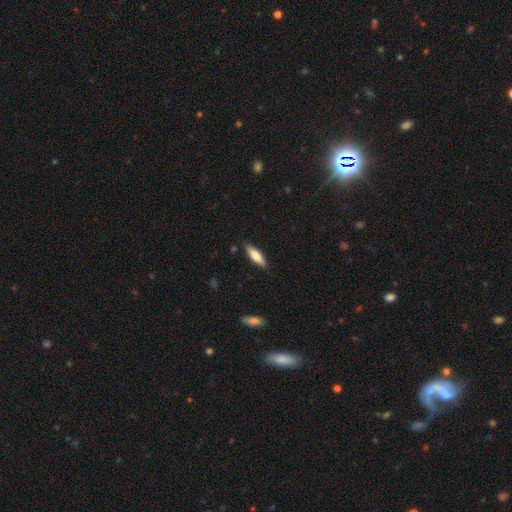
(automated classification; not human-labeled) Smooth or featured: smooth — 71% (featured or disk — 24%)
How rounded: cigar-shaped — 58% (in between — 40%)
Merging: none — 87% (minor disturbance — 10%)